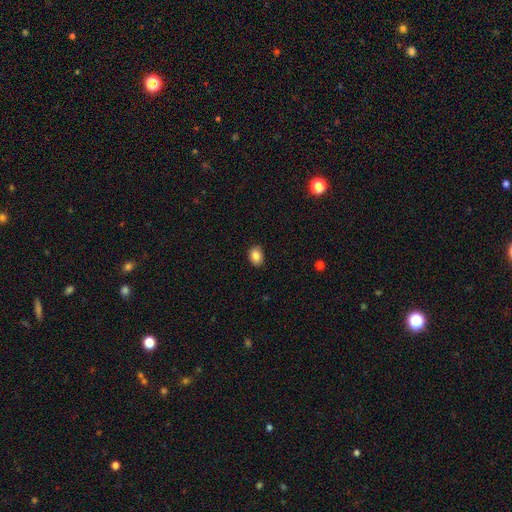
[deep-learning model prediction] smooth-or-featured: smooth: 85% | star or artifact: 9% | featured or disk: 7%
  how-rounded: in between: 69% | round: 30% | cigar-shaped: 1%
  merging: none: 89% | minor disturbance: 9% | major disturbance: 2% | merger: 1%